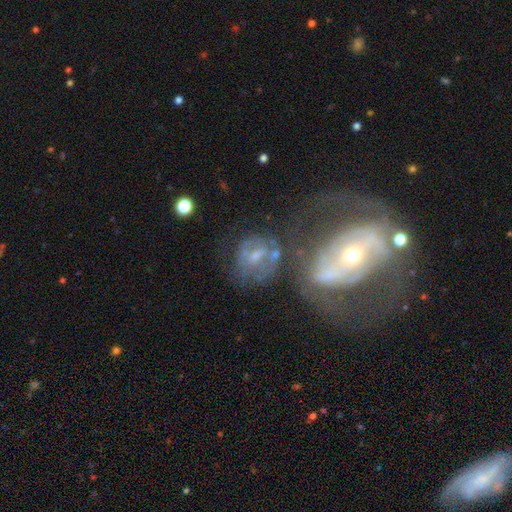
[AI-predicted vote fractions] featured or disk 61%, smooth 27%, star or artifact 12%. Down the decision tree: edge-on disk — no (96%); bar — no (46%); spiral arms — yes (52%); bulge size — moderate (45%); merging — none (35%).